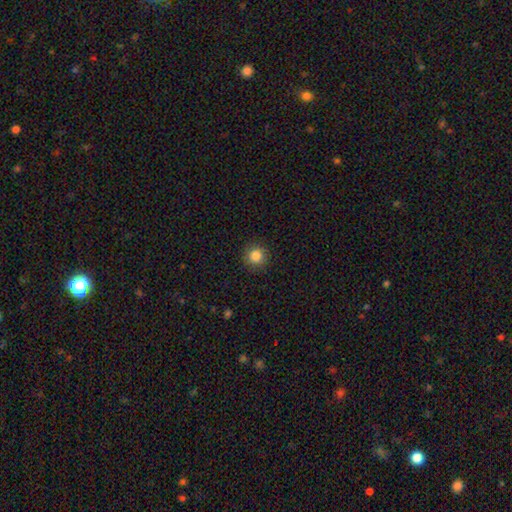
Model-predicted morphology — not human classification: Smooth or featured? Predicted: smooth (p=0.85). How rounded? Predicted: round (p=0.94). Merging? Predicted: none (p=0.91).